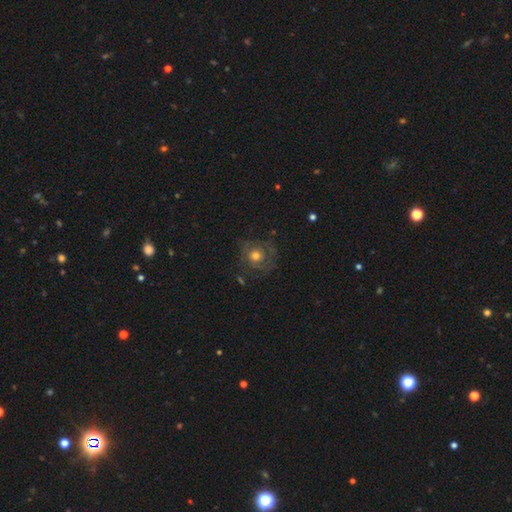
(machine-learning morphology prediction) Overall: featured or disk (52%; smooth 38%). Edge-on disk: no (97%). Bar: no (85%). Spiral arms: yes (62%; no 38%). Bulge size: moderate (69%). Merging: none (66%).